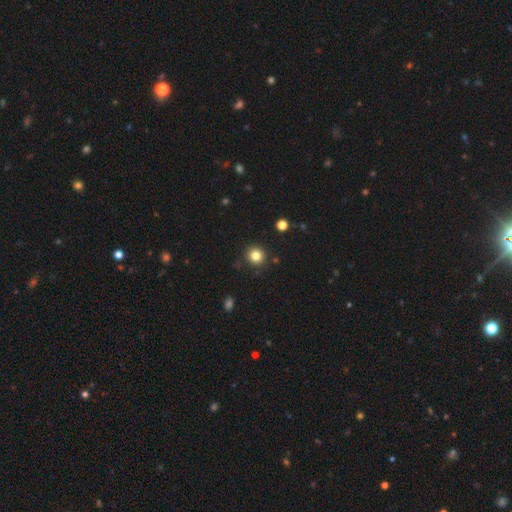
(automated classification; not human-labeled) Smooth or featured?
  - smooth: 82% *
  - star or artifact: 12%
  - featured or disk: 5%
How rounded?
  - round: 91% *
  - in between: 8%
  - cigar-shaped: 1%
Merging?
  - none: 89% *
  - minor disturbance: 7%
  - merger: 2%
  - major disturbance: 2%